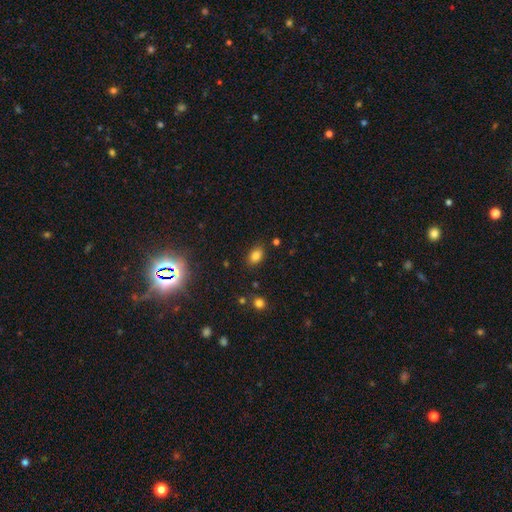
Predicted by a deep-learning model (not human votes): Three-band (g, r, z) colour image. It shows a smooth galaxy with no disk features (82%) that is in between round and cigar-shaped (82%). Merging: none (83%).